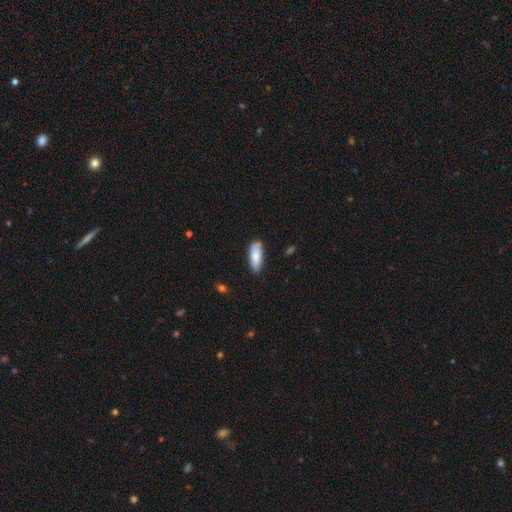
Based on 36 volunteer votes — This appears to be a smooth galaxy with no disk features (86%) that is cigar-shaped (58%). Merging: none (82%).